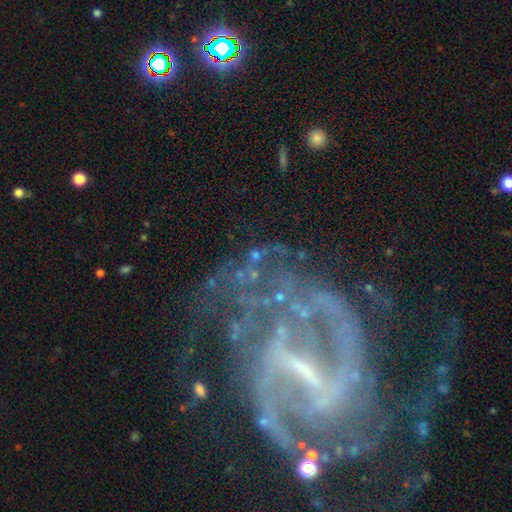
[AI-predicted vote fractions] Morphology: type=featured or disk (68%); edge-on=no (95%); bar=no (44%); spiral arms=yes (54%); bulge=none (40%); merging=none (47%).